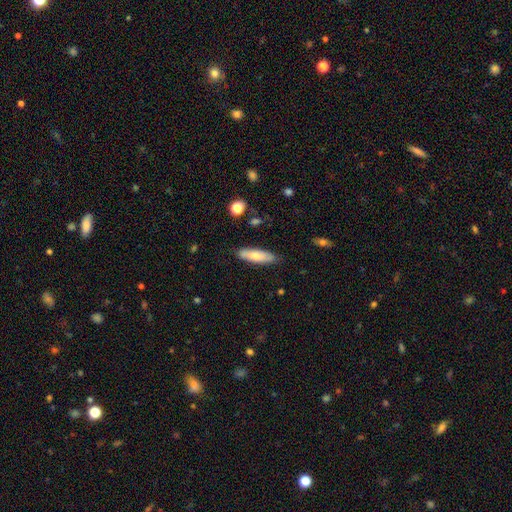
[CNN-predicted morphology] A smooth galaxy with no disk features (66%) that is cigar-shaped (57%). Merging: none (83%).